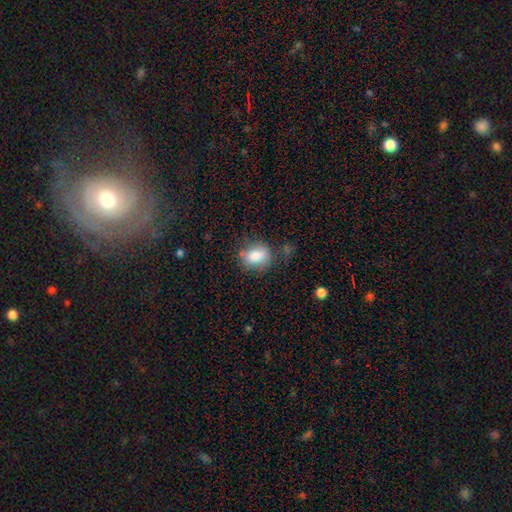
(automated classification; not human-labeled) smooth-or-featured: smooth: 82% | featured or disk: 10% | star or artifact: 8%
  how-rounded: in between: 64% | round: 34% | cigar-shaped: 2%
  merging: none: 63% | minor disturbance: 22% | major disturbance: 8% | merger: 7%